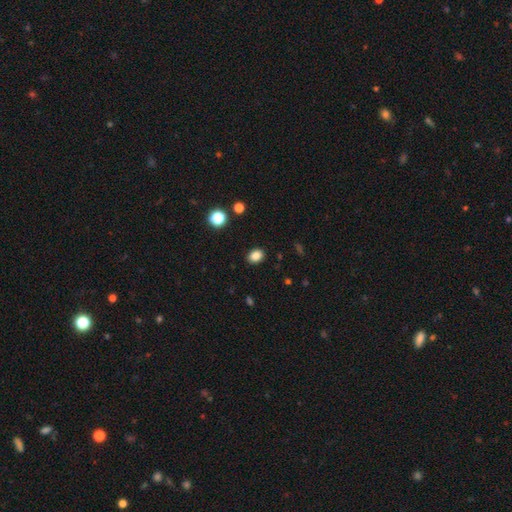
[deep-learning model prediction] This is clearly a smooth galaxy (84%). How rounded: likely in between (61%). Merging: clearly none (89%).